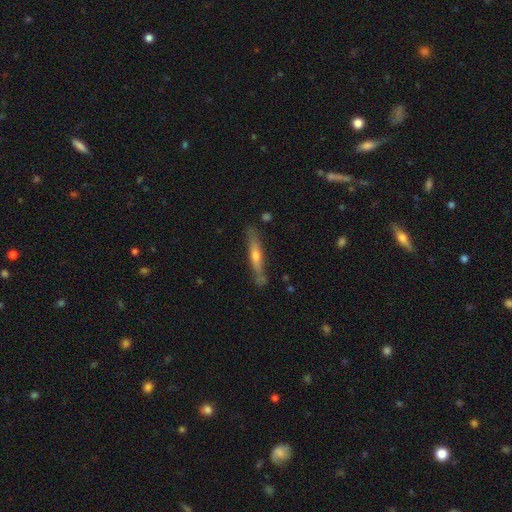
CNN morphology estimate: The model was most divided on "smooth or featured": featured or disk: 65%, smooth: 29%, star or artifact: 7%. More confident: edge-on disk — yes (91%); edge-on bulge — rounded (81%); merging — none (79%).